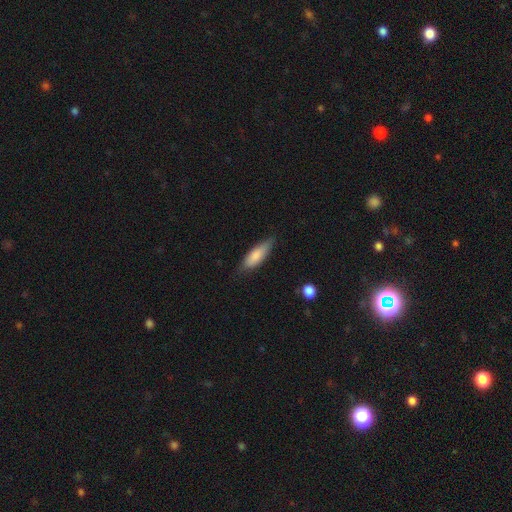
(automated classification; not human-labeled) Smooth or featured: smooth — 81% (featured or disk — 13%)
How rounded: in between — 56% (cigar-shaped — 42%)
Merging: none — 71% (minor disturbance — 24%)